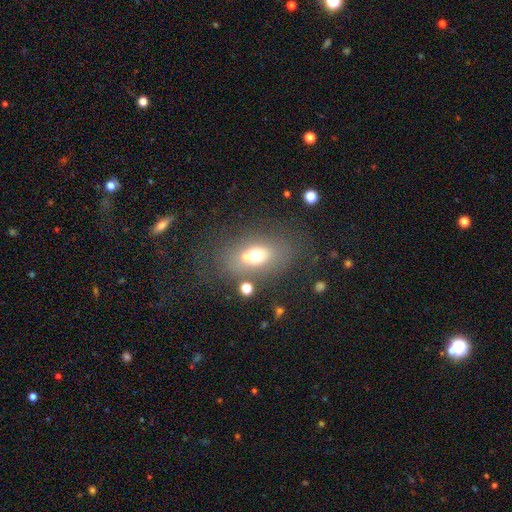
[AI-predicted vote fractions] A smooth galaxy with no disk features (59%) that is in between round and cigar-shaped (68%).

Vote fractions:
- Smooth or featured? smooth: 59% / featured or disk: 25% / star or artifact: 16%
- How rounded? in between: 68% / round: 31% / cigar-shaped: 2%
- Merging? none: 50% / merger: 27% / minor disturbance: 13% / major disturbance: 9%